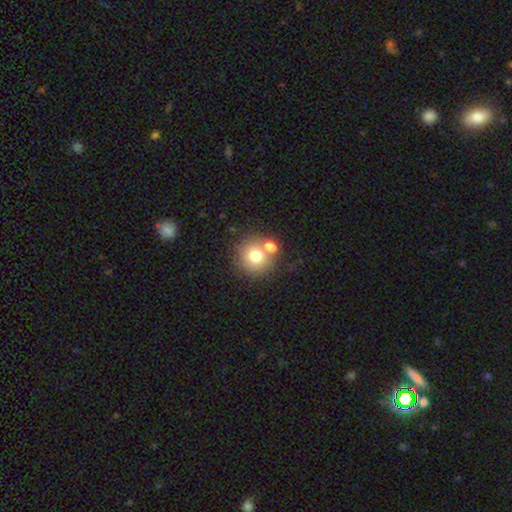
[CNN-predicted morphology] Smooth or featured?
  - smooth: 74% *
  - featured or disk: 14%
  - star or artifact: 12%
How rounded?
  - round: 90% *
  - in between: 9%
  - cigar-shaped: 1%
Merging?
  - none: 60% *
  - merger: 28%
  - minor disturbance: 9%
  - major disturbance: 3%